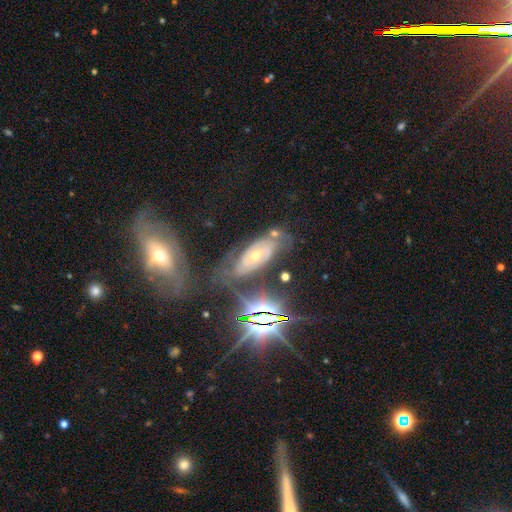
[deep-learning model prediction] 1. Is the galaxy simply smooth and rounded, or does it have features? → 67% featured or disk, 20% star or artifact, 13% smooth.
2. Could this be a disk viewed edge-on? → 90% no, 10% yes.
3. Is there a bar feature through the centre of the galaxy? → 69% no, 22% weak, 8% strong.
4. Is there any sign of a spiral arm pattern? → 79% yes, 21% no.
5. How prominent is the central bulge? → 51% moderate, 45% small, 2% large, 1% none, 1% dominant.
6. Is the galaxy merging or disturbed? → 61% none, 22% minor disturbance, 12% major disturbance, 5% merger.